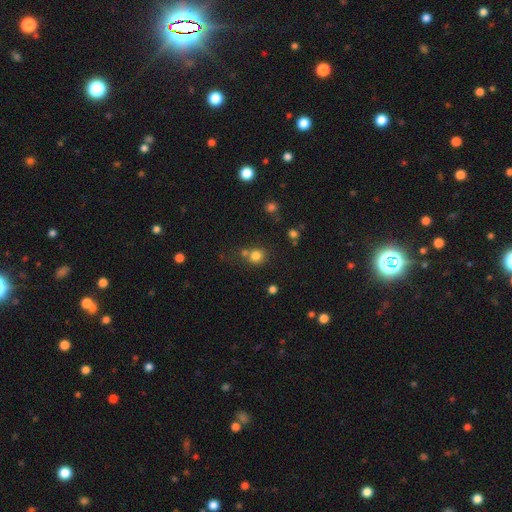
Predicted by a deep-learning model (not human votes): Smooth or featured? Predicted: smooth (p=0.79). How rounded? Predicted: round (p=0.86). Merging? Predicted: none (p=0.59).